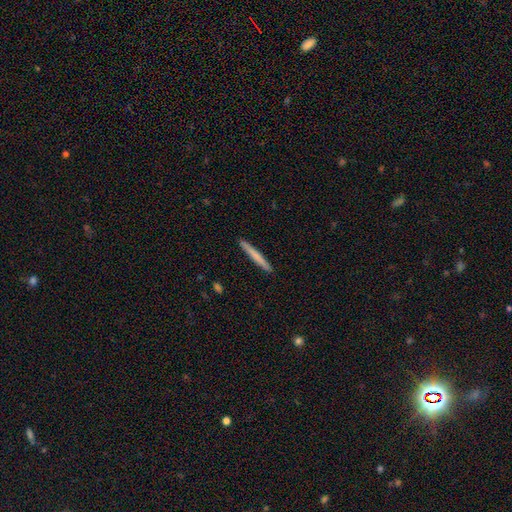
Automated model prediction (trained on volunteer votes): Morphology: type=smooth (67%); roundness=cigar-shaped (97%); merging=none (93%).